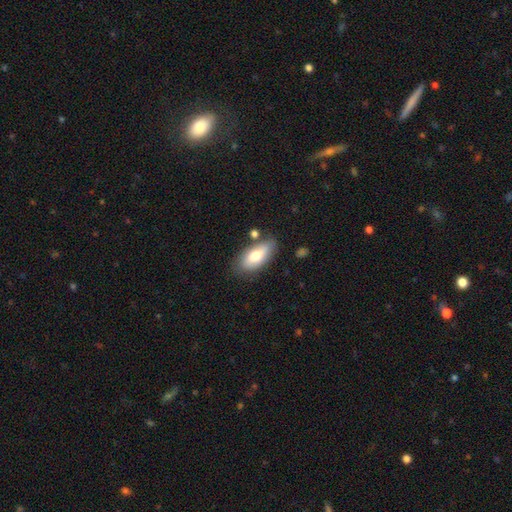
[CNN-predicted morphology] Smooth or featured? Predicted: smooth (p=0.71). How rounded? Predicted: in between (p=0.86). Merging? Predicted: none (p=0.76).